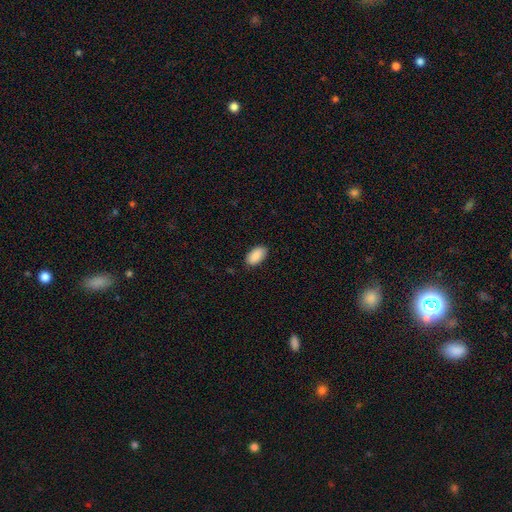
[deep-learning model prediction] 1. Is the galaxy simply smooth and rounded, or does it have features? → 90% smooth, 6% star or artifact, 3% featured or disk.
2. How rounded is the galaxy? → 94% in between, 3% round, 3% cigar-shaped.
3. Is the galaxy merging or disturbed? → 85% none, 11% minor disturbance, 2% major disturbance, 1% merger.